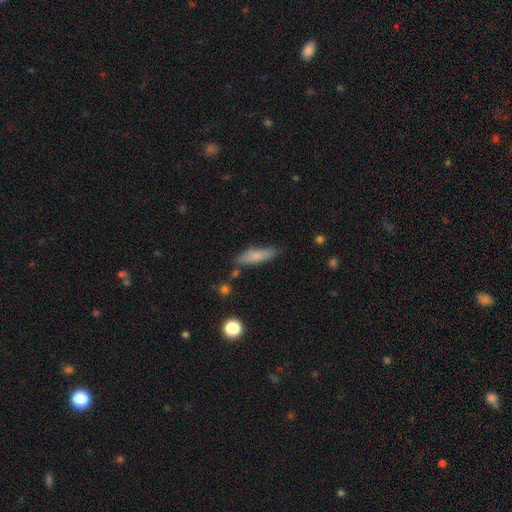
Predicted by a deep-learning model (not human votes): smooth-or-featured: smooth: 75% | featured or disk: 18% | star or artifact: 7%
  how-rounded: cigar-shaped: 66% | in between: 32% | round: 2%
  merging: none: 79% | minor disturbance: 14% | merger: 3% | major disturbance: 3%